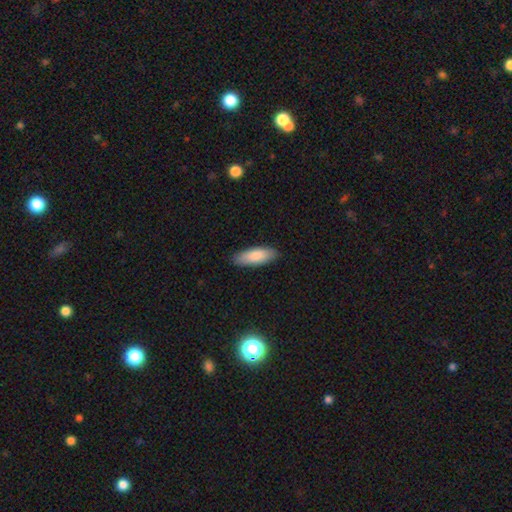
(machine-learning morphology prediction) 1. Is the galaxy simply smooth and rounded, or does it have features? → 86% smooth, 9% featured or disk, 5% star or artifact.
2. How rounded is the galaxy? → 66% in between, 32% cigar-shaped, 2% round.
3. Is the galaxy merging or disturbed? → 88% none, 9% minor disturbance, 2% major disturbance, 1% merger.